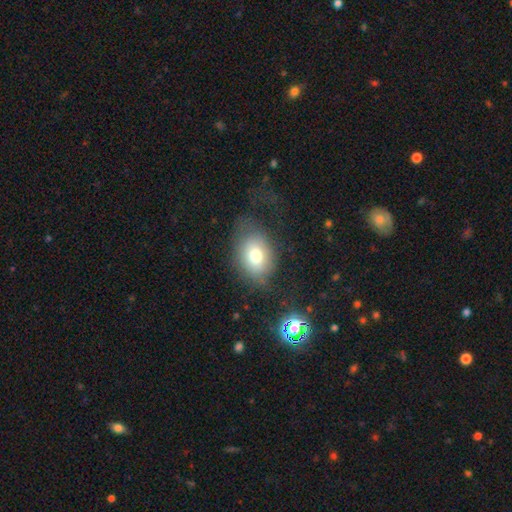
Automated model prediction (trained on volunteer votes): smooth 73%, featured or disk 16%, star or artifact 11%. Down the decision tree: how rounded — in between (65%); merging — none (55%).